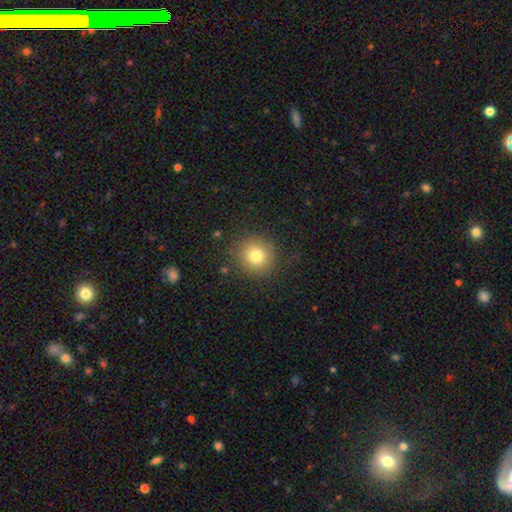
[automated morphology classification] smooth_or_featured: smooth (p=0.79) [alt: star or artifact p=0.12]
how_rounded: round (p=0.92) [alt: in between p=0.07]
merging: none (p=0.88) [alt: minor disturbance p=0.08]